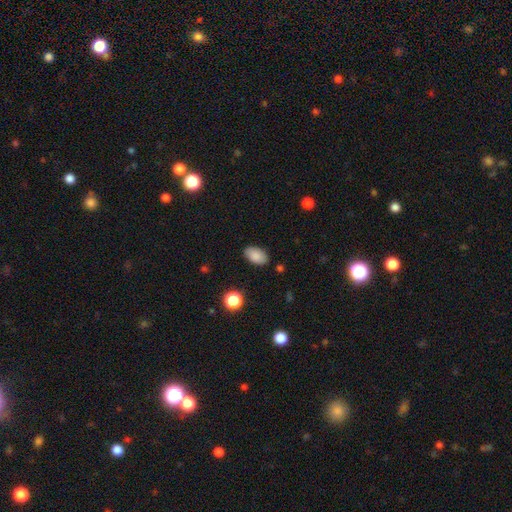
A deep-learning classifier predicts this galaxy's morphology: A smooth galaxy with no disk features (87%) that is in between round and cigar-shaped (91%). Merging: none (85%).